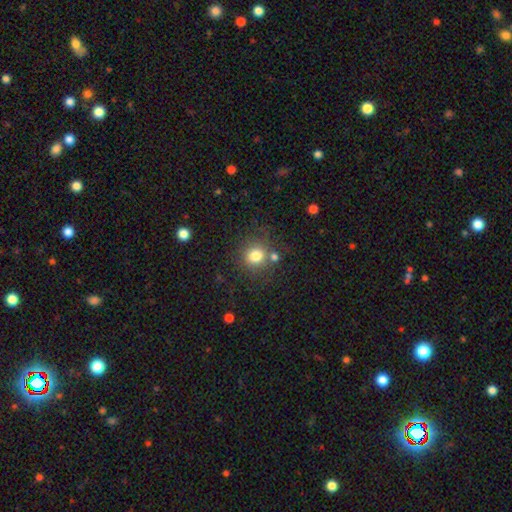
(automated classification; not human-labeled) Overall: smooth (79%). How rounded: round (88%). Merging: none (74%).